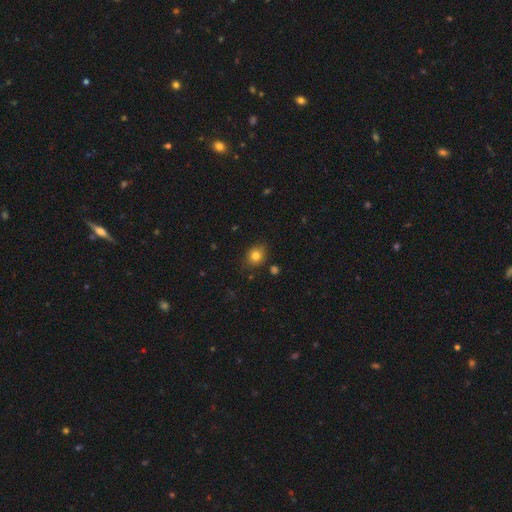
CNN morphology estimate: Smooth or featured?
  - smooth: 81% *
  - star or artifact: 11%
  - featured or disk: 8%
How rounded?
  - round: 63% *
  - in between: 36%
  - cigar-shaped: 1%
Merging?
  - none: 80% *
  - minor disturbance: 15%
  - major disturbance: 3%
  - merger: 2%